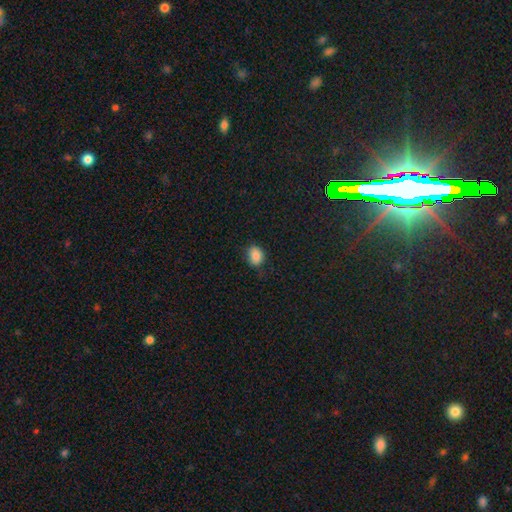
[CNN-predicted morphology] The model was most divided on "how rounded": in between: 51%, round: 48%, cigar-shaped: 1%. More confident: smooth or featured — smooth (84%); merging — none (77%).